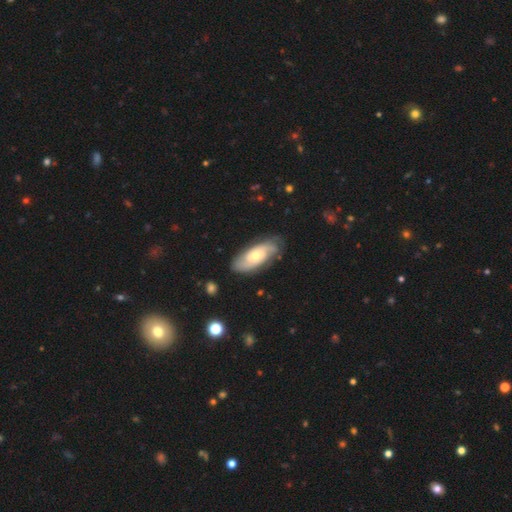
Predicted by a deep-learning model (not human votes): The model was most divided on "bulge size": moderate: 52%, small: 41%, large: 4%, none: 1%, dominant: 1%. Remaining: edge-on disk — no (90%); spiral arms — yes (88%); merging — none (75%); bar — no (74%); smooth or featured — featured or disk (66%); spiral winding — tight (51%); spiral arm count — 2 (50%).